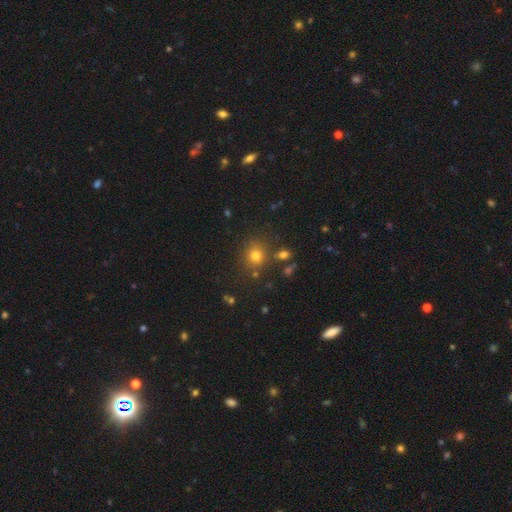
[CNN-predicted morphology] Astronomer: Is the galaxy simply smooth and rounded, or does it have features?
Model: smooth — 76%.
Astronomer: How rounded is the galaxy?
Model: round — 83%.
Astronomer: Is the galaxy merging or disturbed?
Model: none — 78%.